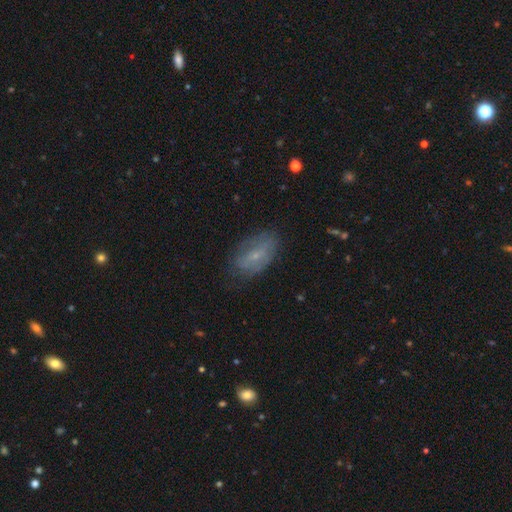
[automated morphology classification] Overall: smooth (52%; featured or disk 38%). How rounded: in between (89%). Merging: none (71%).